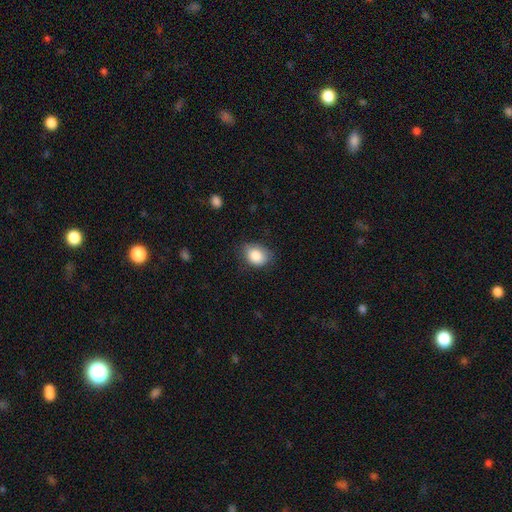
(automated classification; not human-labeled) smooth 86%, star or artifact 8%, featured or disk 6%. Down the decision tree: how rounded — in between (63%); merging — none (69%).